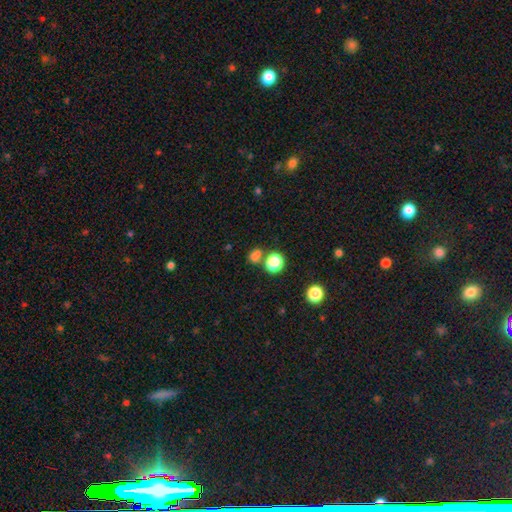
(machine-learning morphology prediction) A smooth galaxy with no disk features (73%) that is round (64%).

Vote fractions:
- Smooth or featured? smooth: 73% / star or artifact: 20% / featured or disk: 6%
- How rounded? round: 64% / in between: 35% / cigar-shaped: 1%
- Merging? none: 56% / merger: 28% / minor disturbance: 10% / major disturbance: 5%